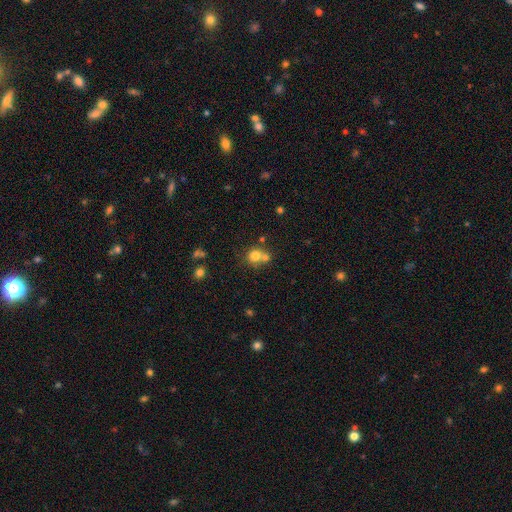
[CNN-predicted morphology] A smooth galaxy with no disk features (75%) that is round (85%). Merging: none (46%).